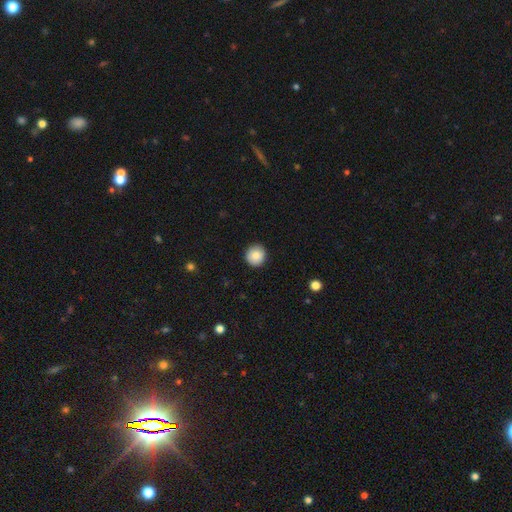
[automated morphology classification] smooth-or-featured: smooth: 87% | star or artifact: 8% | featured or disk: 5%
  how-rounded: round: 93% | in between: 6% | cigar-shaped: 1%
  merging: none: 90% | minor disturbance: 7% | major disturbance: 2% | merger: 1%